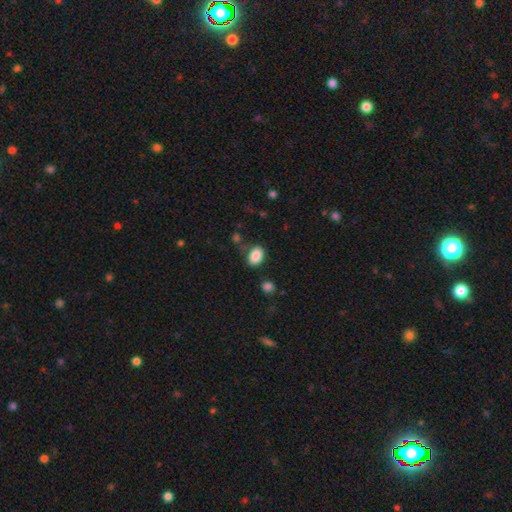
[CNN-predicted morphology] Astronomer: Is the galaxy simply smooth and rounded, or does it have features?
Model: smooth — 87%.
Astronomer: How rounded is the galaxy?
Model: in between — 83%.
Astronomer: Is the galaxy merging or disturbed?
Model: none — 70%.